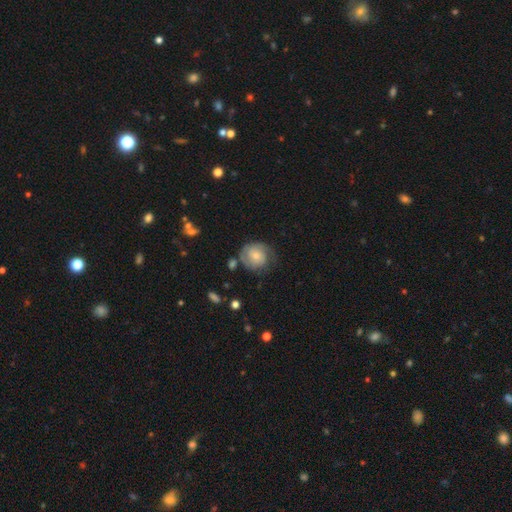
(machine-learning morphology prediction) A featured or disk galaxy (52%) with no bar (73%), spiral arms (82%) and a small central bulge (52%). Merging: none (57%).